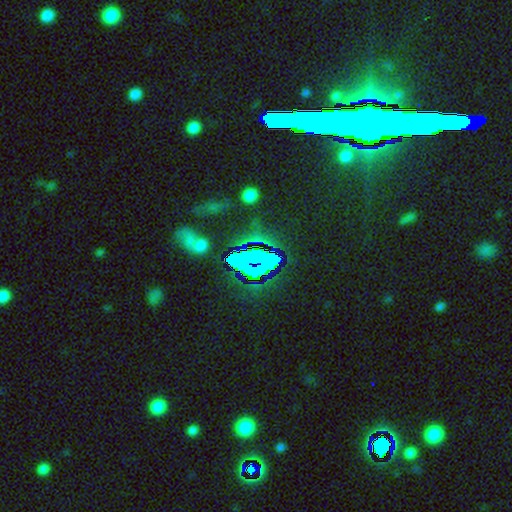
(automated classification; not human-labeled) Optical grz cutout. It shows a star or artifact, not a galaxy (71%).